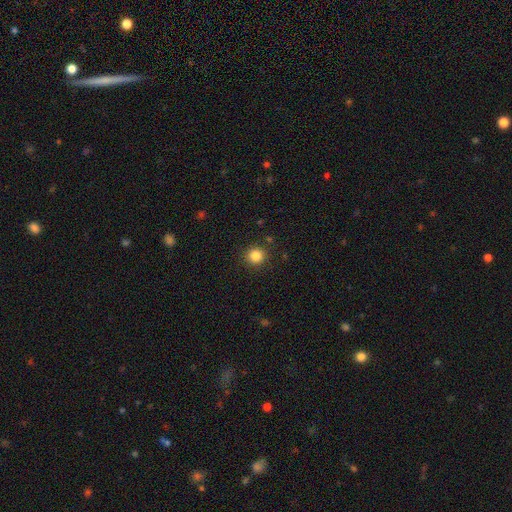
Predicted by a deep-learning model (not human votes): A smooth galaxy with no disk features (85%) that is round (91%).

Vote fractions:
- Smooth or featured? smooth: 85% / star or artifact: 11% / featured or disk: 4%
- How rounded? round: 91% / in between: 8% / cigar-shaped: 1%
- Merging? none: 90% / minor disturbance: 6% / major disturbance: 2% / merger: 1%